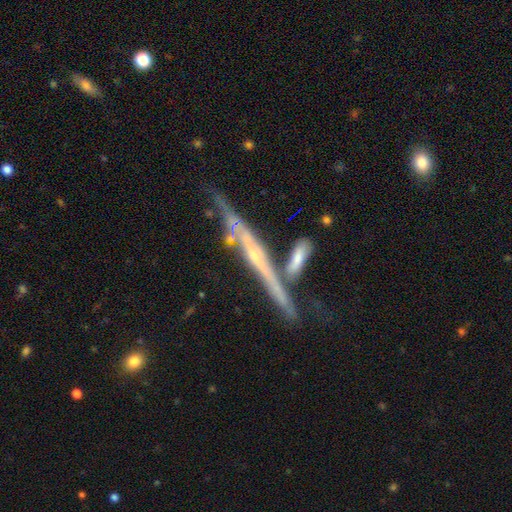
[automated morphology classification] featured or disk 83%, smooth 11%, star or artifact 6%. Down the decision tree: edge-on disk — yes (95%); edge-on bulge — rounded (59%); merging — none (61%).